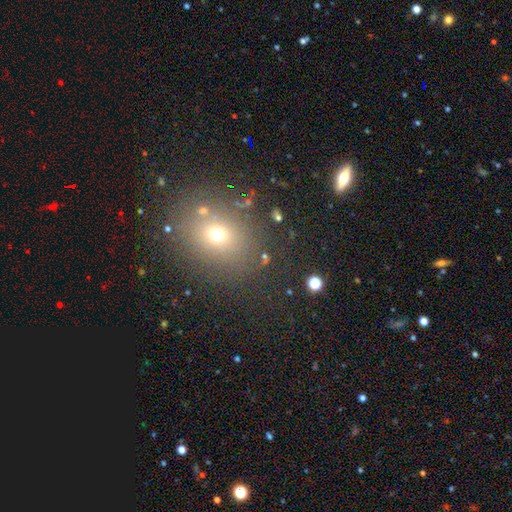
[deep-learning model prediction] Smooth or featured? smooth (55%)
How rounded? round (65%)
Merging? none (84%)